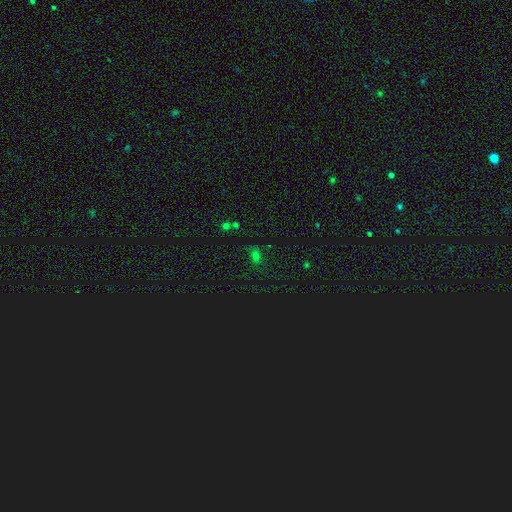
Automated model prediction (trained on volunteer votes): A smooth galaxy with no disk features (49%). Merging: none (65%).